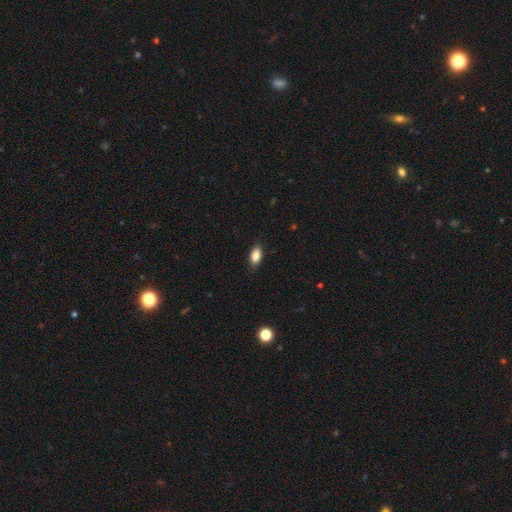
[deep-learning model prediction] smooth 85%, star or artifact 8%, featured or disk 7%. Down the decision tree: how rounded — in between (88%); merging — none (84%).